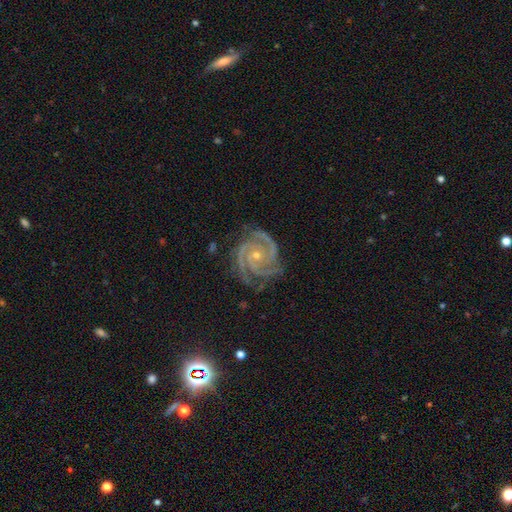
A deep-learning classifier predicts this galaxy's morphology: Smooth or featured?
  - featured or disk: 94% *
  - star or artifact: 4%
  - smooth: 2%
Edge-on disk?
  - no: 98% *
  - yes: 2%
Bar?
  - no: 74% *
  - weak: 17%
  - strong: 9%
Spiral arms?
  - yes: 99% *
  - no: 1%
Spiral winding?
  - tight: 75% *
  - medium: 23%
  - loose: 2%
Spiral arm count?
  - 3: 55% *
  - 2: 18%
  - 4: 13%
  - can't tell: 6%
  - more than 4: 5%
  - 1: 5%
Bulge size?
  - small: 66% *
  - moderate: 31%
  - none: 1%
  - large: 1%
  - dominant: 1%
Merging?
  - none: 77% *
  - minor disturbance: 17%
  - major disturbance: 5%
  - merger: 1%